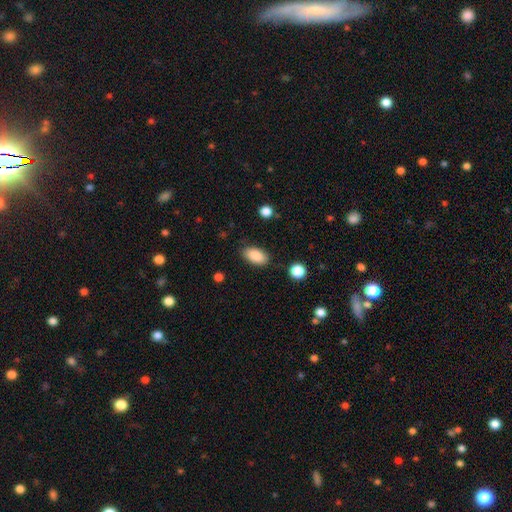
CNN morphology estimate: A smooth galaxy with no disk features (88%) that is in between round and cigar-shaped (93%).

Vote fractions:
- Smooth or featured? smooth: 88% / star or artifact: 7% / featured or disk: 5%
- How rounded? in between: 93% / round: 4% / cigar-shaped: 3%
- Merging? none: 84% / minor disturbance: 11% / major disturbance: 3% / merger: 2%